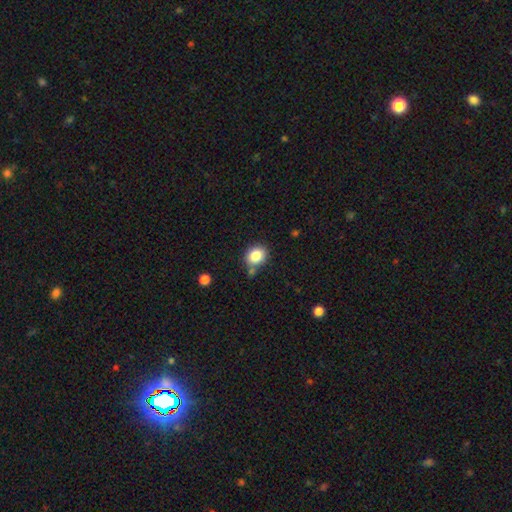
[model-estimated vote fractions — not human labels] Q: Smooth or featured?
A: smooth (84%); runner-up: star or artifact (10%)
Q: How rounded?
A: round (64%); runner-up: in between (35%)
Q: Merging?
A: none (74%); runner-up: minor disturbance (14%)